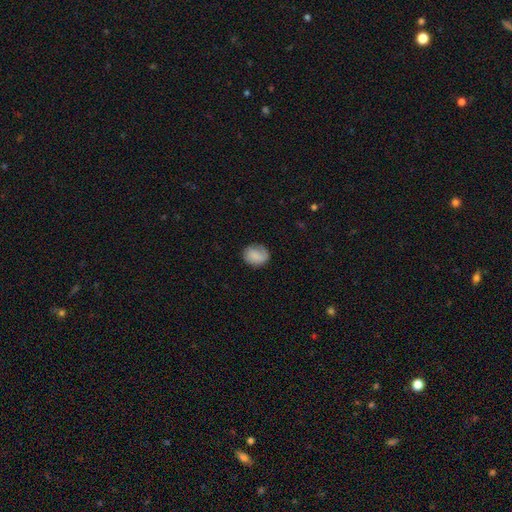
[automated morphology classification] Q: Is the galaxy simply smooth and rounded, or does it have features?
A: smooth — 78%.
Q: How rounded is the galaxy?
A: round — 61%.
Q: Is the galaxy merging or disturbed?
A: none — 74%.